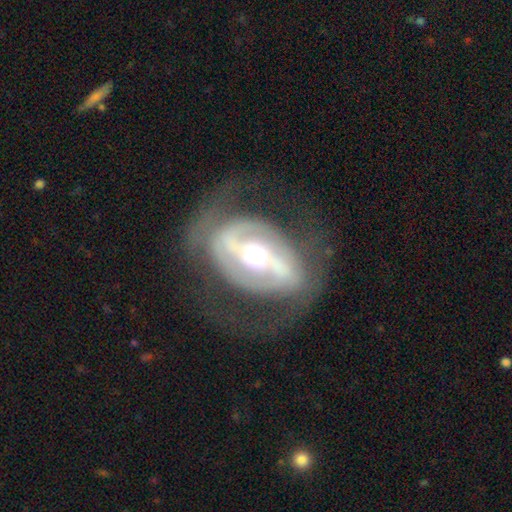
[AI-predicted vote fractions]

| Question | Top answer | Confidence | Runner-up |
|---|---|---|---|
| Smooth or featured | featured or disk | 83% | smooth (12%) |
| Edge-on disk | no | 95% | yes (5%) |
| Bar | strong | 47% | weak (28%) |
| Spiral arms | yes | 80% | no (20%) |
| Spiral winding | medium | 45% | tight (28%) |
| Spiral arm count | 2 | 84% | can't tell (8%) |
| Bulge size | moderate | 66% | large (20%) |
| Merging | none | 63% | major disturbance (18%) |